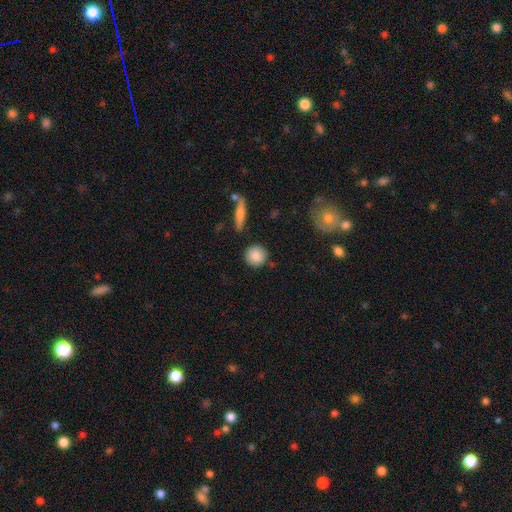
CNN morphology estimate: smooth 87%, star or artifact 7%, featured or disk 6%. Down the decision tree: how rounded — round (89%); merging — none (85%).